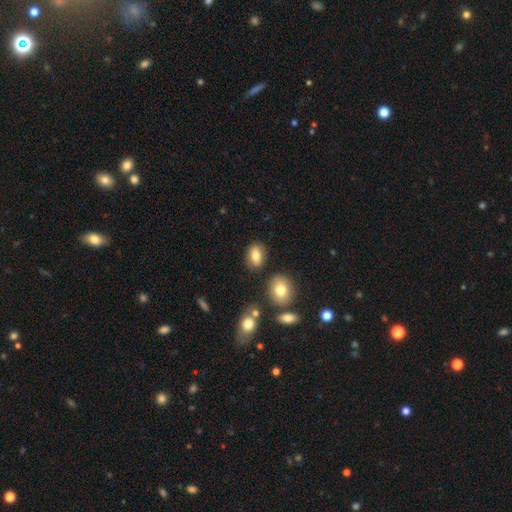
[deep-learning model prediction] This appears to be a smooth galaxy with no disk features (76%) that is in between round and cigar-shaped (78%). Merging: none (83%).